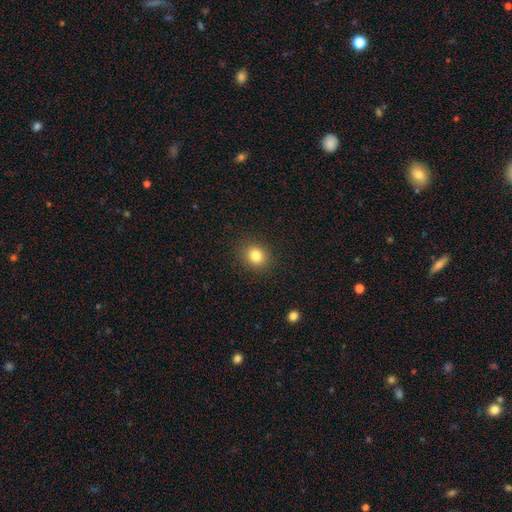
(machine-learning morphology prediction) type=smooth (82%); roundness=round (74%); merging=none (89%).